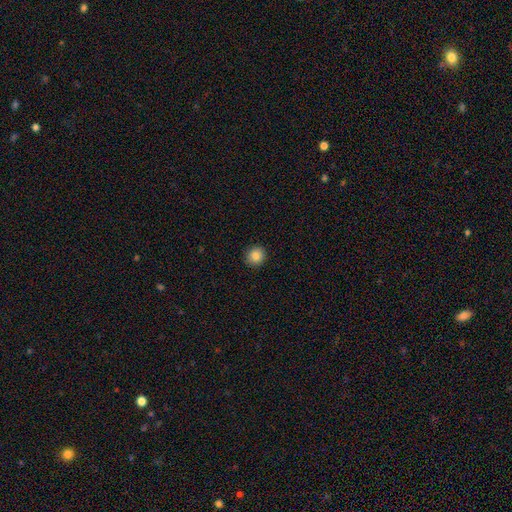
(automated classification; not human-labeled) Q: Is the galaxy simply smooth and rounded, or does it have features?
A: smooth — 85%.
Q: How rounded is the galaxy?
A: round — 85%.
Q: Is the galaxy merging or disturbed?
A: none — 91%.